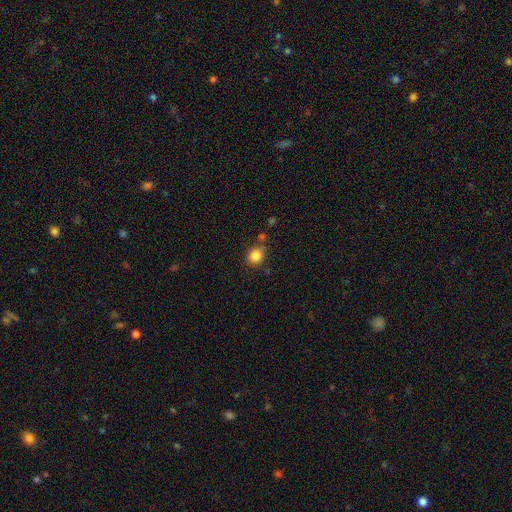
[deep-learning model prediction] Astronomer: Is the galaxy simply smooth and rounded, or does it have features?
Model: smooth — 84%.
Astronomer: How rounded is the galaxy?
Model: round — 84%.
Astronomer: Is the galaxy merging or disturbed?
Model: none — 77%.